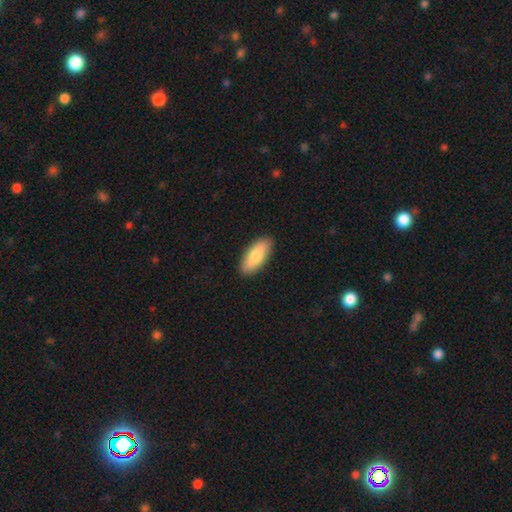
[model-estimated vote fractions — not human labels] Smooth or featured?
  - smooth: 79% *
  - featured or disk: 15%
  - star or artifact: 5%
How rounded?
  - in between: 79% *
  - cigar-shaped: 18%
  - round: 2%
Merging?
  - none: 90% *
  - minor disturbance: 8%
  - major disturbance: 2%
  - merger: 1%